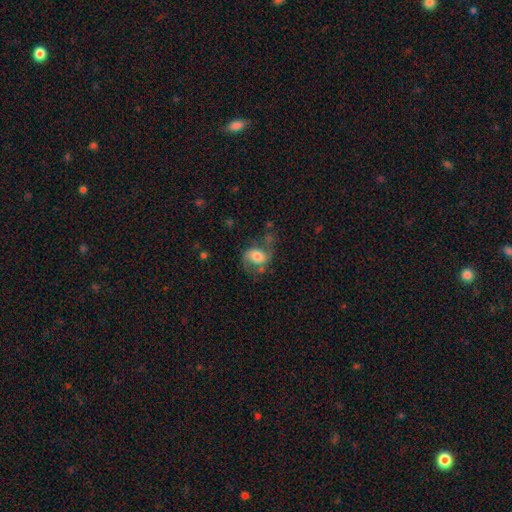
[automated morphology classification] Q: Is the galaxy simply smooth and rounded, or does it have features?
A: featured or disk — 57%.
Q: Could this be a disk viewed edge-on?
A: no — 97%.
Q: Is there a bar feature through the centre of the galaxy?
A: no — 53%.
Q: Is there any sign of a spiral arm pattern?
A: yes — 86%.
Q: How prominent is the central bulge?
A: moderate — 49%.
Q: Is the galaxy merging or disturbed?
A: none — 49%.